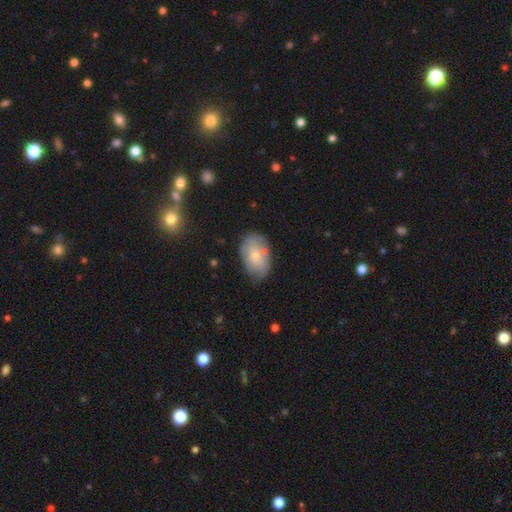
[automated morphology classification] Smooth or featured: smooth — 63% (featured or disk — 30%)
How rounded: in between — 89% (round — 10%)
Merging: none — 65% (minor disturbance — 24%)